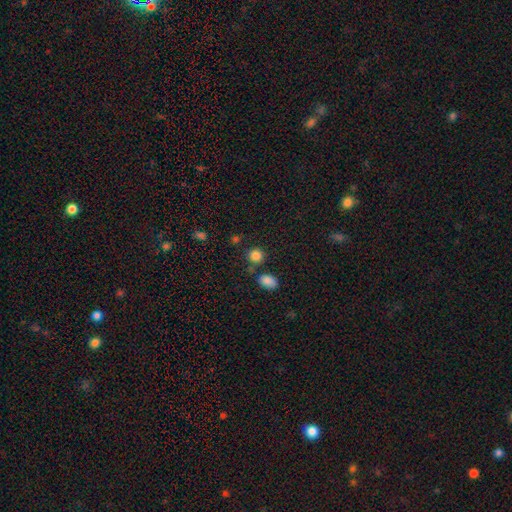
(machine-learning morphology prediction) A smooth galaxy with no disk features (84%) that is round (82%). Merging: none (73%).